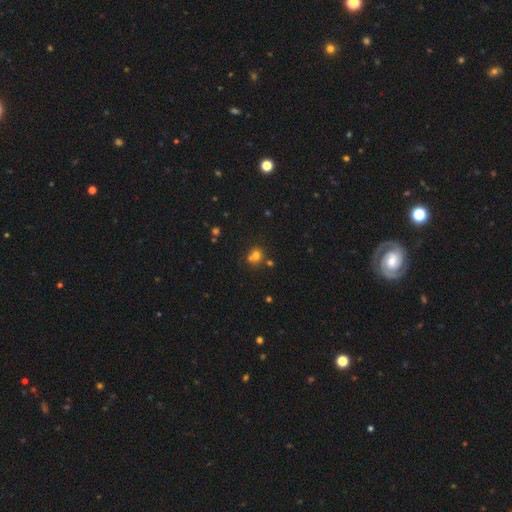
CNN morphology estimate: smooth_or_featured: smooth (p=0.71) [alt: star or artifact p=0.17]
how_rounded: round (p=0.81) [alt: in between p=0.18]
merging: none (p=0.52) [alt: merger p=0.33]